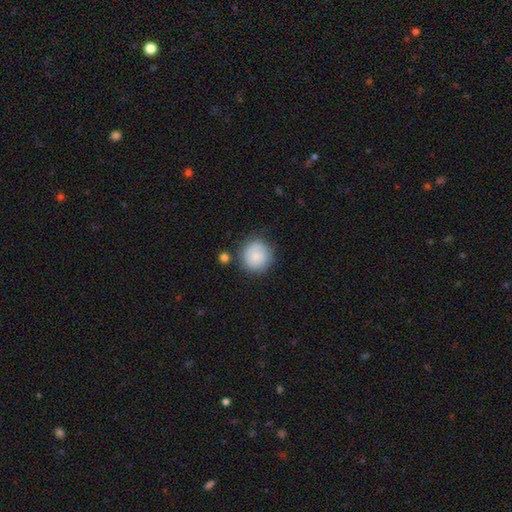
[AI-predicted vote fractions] Morphology: type=smooth (84%); roundness=round (92%); merging=none (75%).